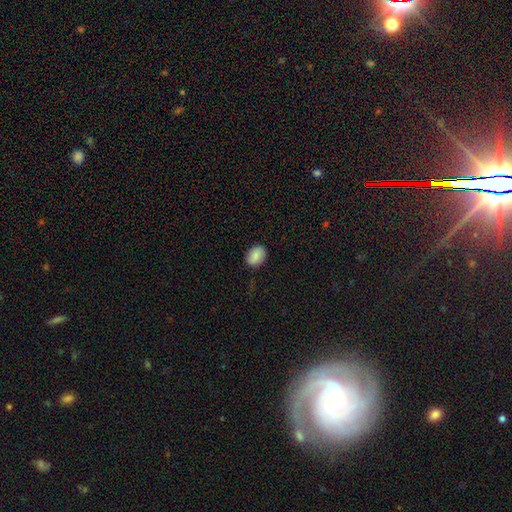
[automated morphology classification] smooth_or_featured: smooth (p=0.85) [alt: featured or disk p=0.08]
how_rounded: in between (p=0.70) [alt: round p=0.29]
merging: none (p=0.86) [alt: minor disturbance p=0.11]